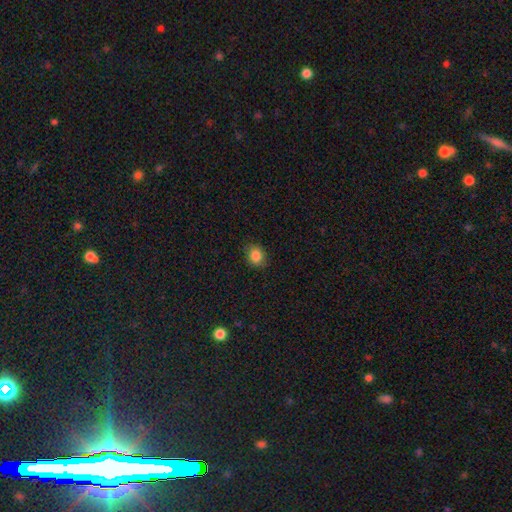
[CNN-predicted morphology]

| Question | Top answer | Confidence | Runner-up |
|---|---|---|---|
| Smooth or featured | smooth | 85% | star or artifact (10%) |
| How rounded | round | 54% | in between (45%) |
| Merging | none | 83% | minor disturbance (13%) |